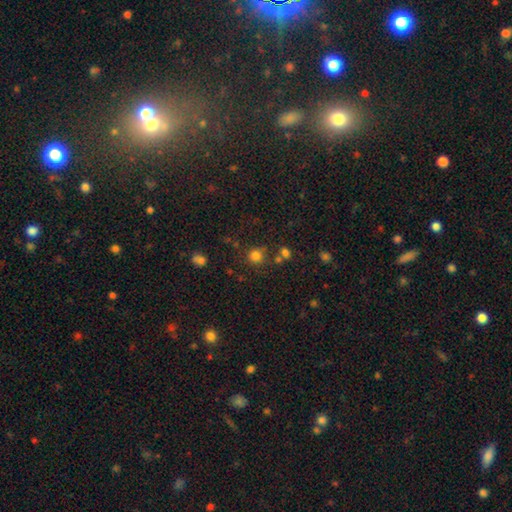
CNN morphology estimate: A smooth galaxy with no disk features (79%) that is round (89%). Merging: none (73%).